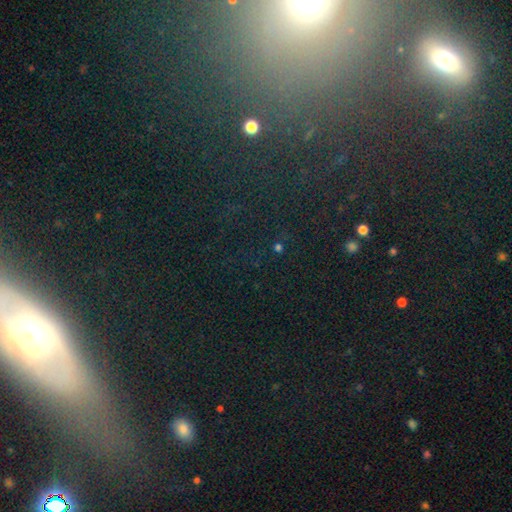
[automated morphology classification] Smooth or featured?
  - star or artifact: 72% *
  - smooth: 16%
  - featured or disk: 11%